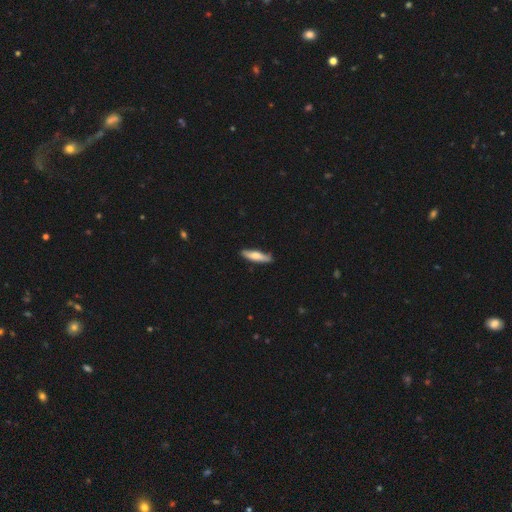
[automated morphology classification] smooth_or_featured: smooth (p=0.66) [alt: featured or disk p=0.29]
how_rounded: cigar-shaped (p=0.75) [alt: in between p=0.24]
merging: none (p=0.83) [alt: minor disturbance p=0.13]